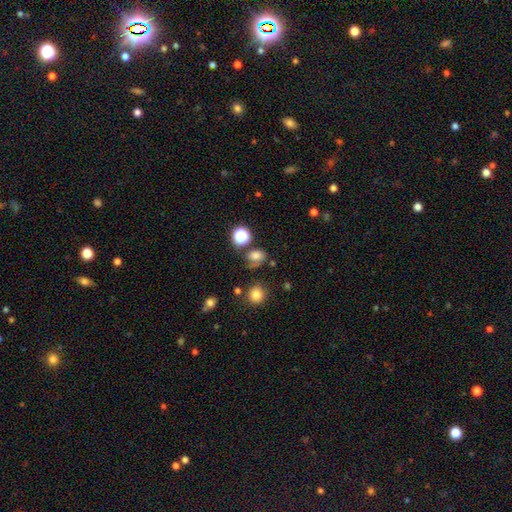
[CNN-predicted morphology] This is likely a smooth galaxy (64%). How rounded: possibly in between (51%). Merging: possibly none (51%).